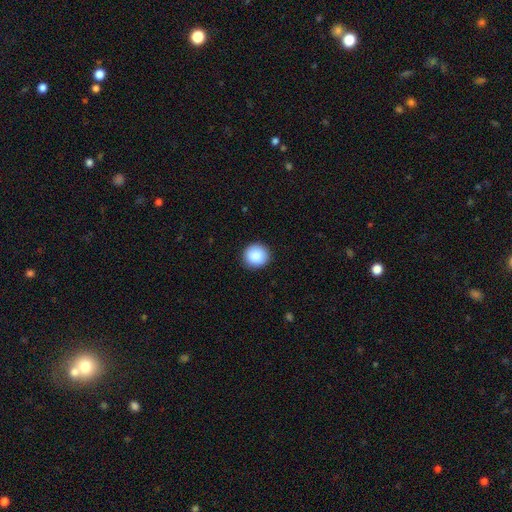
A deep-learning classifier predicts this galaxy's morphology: Overall: smooth (88%). How rounded: round (94%). Merging: none (91%).